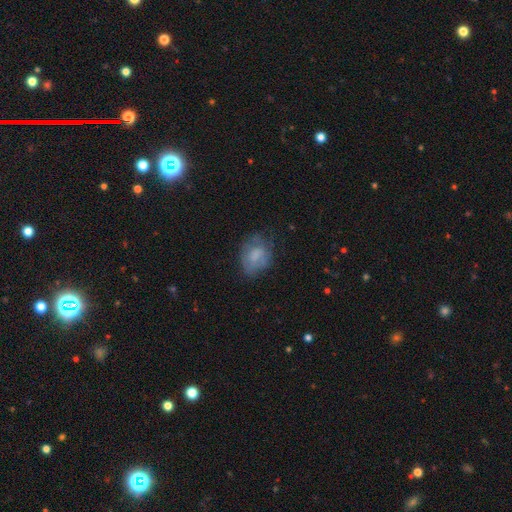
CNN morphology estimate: A smooth galaxy with no disk features (64%) that is in between round and cigar-shaped (70%).

Vote fractions:
- Smooth or featured? smooth: 64% / featured or disk: 26% / star or artifact: 10%
- How rounded? in between: 70% / round: 29% / cigar-shaped: 1%
- Merging? none: 55% / minor disturbance: 28% / major disturbance: 15% / merger: 2%